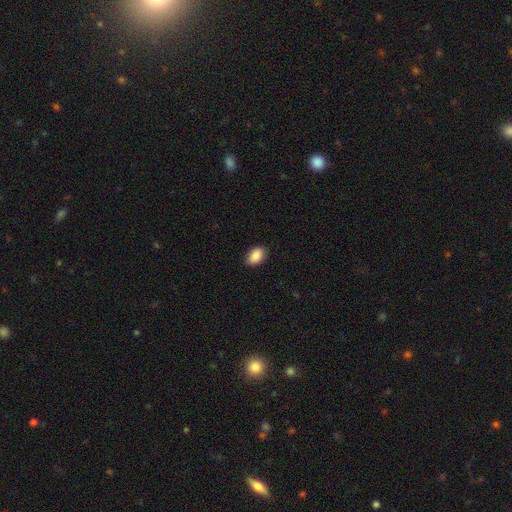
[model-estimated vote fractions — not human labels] Q: Smooth or featured?
A: smooth (89%); runner-up: star or artifact (7%)
Q: How rounded?
A: in between (87%); runner-up: round (12%)
Q: Merging?
A: none (85%); runner-up: minor disturbance (12%)